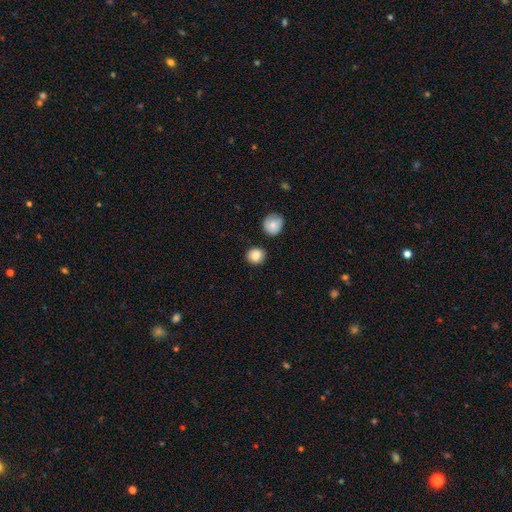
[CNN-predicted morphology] Smooth or featured? Predicted: smooth (p=0.84). How rounded? Predicted: round (p=0.84). Merging? Predicted: none (p=0.86).